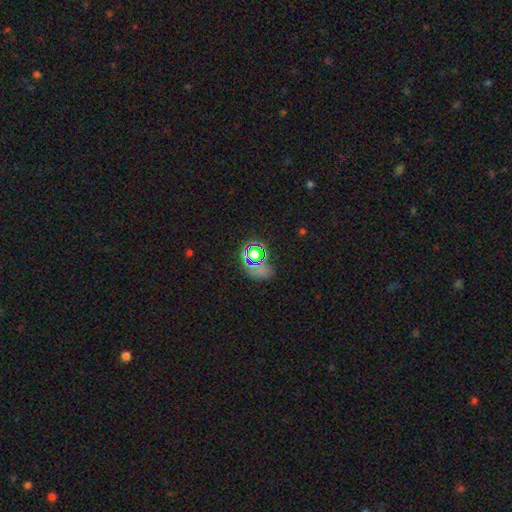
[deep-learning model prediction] smooth_or_featured: star or artifact (p=0.46) [alt: smooth p=0.43]